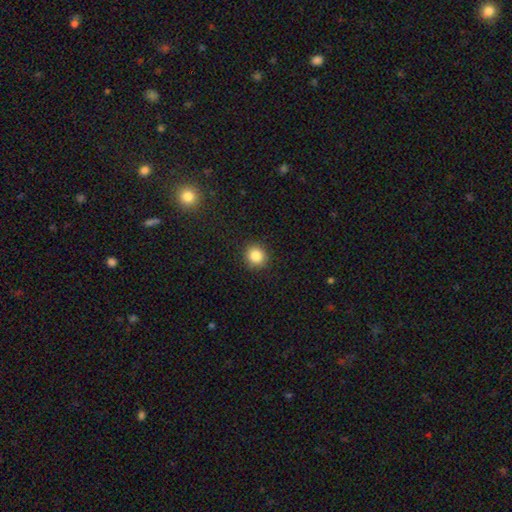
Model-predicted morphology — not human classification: Smooth or featured? smooth (84%)
How rounded? round (86%)
Merging? none (91%)